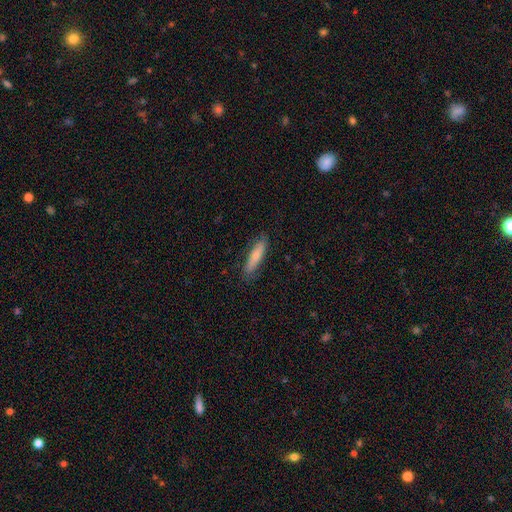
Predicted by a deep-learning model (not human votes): smooth-or-featured: smooth: 70% | featured or disk: 24% | star or artifact: 6%
  how-rounded: cigar-shaped: 73% | in between: 25% | round: 2%
  merging: none: 83% | minor disturbance: 13% | major disturbance: 2% | merger: 1%